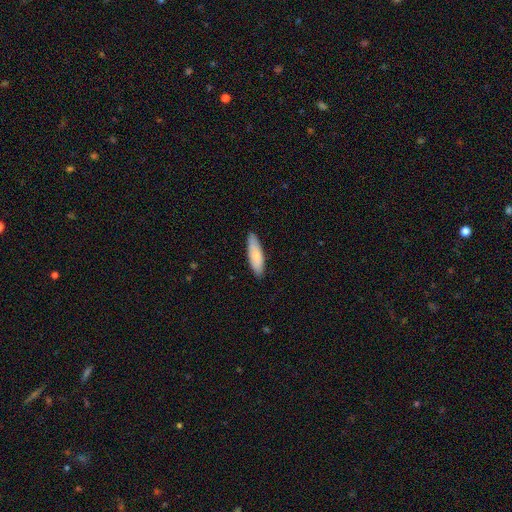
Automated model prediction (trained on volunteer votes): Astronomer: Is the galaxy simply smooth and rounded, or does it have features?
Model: smooth — 80%.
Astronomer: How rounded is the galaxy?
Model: cigar-shaped — 54% (runner-up: in between, 45%).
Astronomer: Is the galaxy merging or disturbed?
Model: none — 87%.